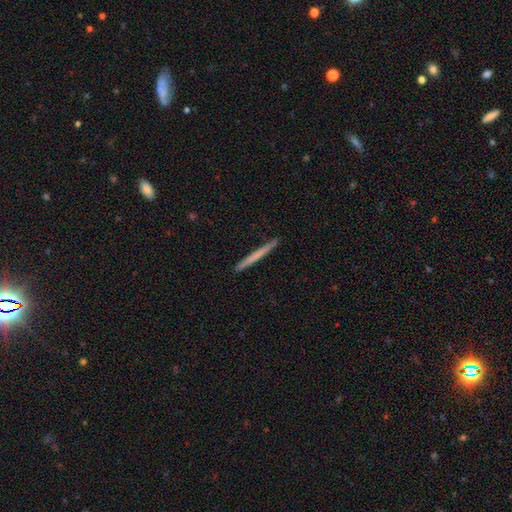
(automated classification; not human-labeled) This is possibly a smooth galaxy (58%). How rounded: clearly cigar-shaped (97%). Merging: clearly none (93%).